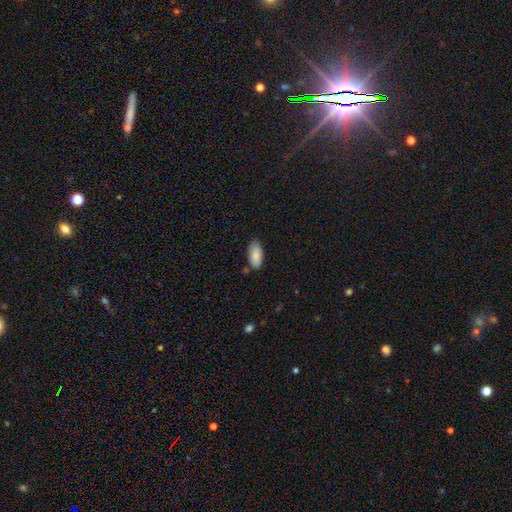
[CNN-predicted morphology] Smooth or featured: smooth — 86% (featured or disk — 7%)
How rounded: in between — 91% (cigar-shaped — 7%)
Merging: none — 79% (minor disturbance — 15%)